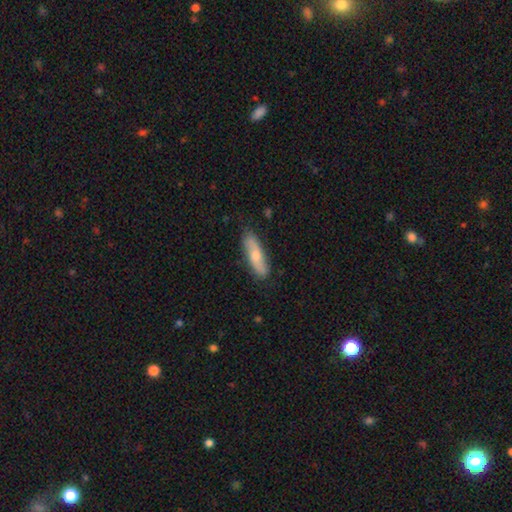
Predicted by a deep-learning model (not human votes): smooth 60%, featured or disk 35%, star or artifact 5%. Down the decision tree: how rounded — cigar-shaped (59%); merging — none (81%).